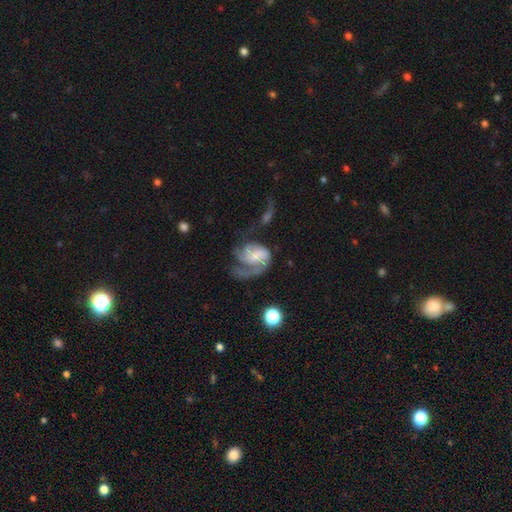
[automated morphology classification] The model was most divided on "spiral arm count": 2: 28%, 3: 23%, can't tell: 19%, 1: 19%, 4: 6%, more than 4: 5%. Remaining: edge-on disk — no (98%); spiral arms — yes (91%); smooth or featured — featured or disk (76%); bar — no (63%); merging — major disturbance (48%); bulge size — small (43%); spiral winding — medium (41%).